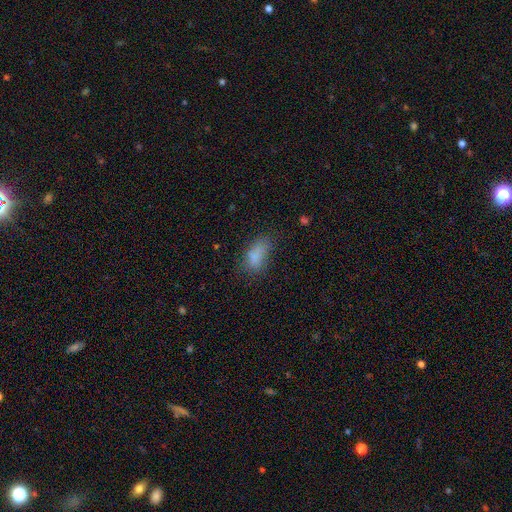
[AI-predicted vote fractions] Smooth or featured? Predicted: smooth (p=0.75). How rounded? Predicted: in between (p=0.89). Merging? Predicted: none (p=0.47).